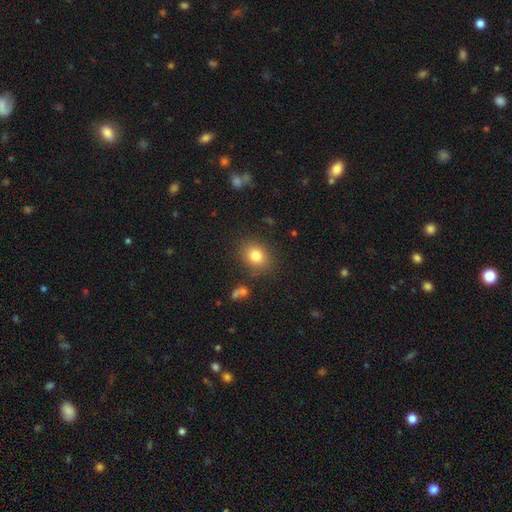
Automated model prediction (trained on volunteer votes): Smooth or featured? smooth (80%)
How rounded? round (52%)
Merging? none (84%)